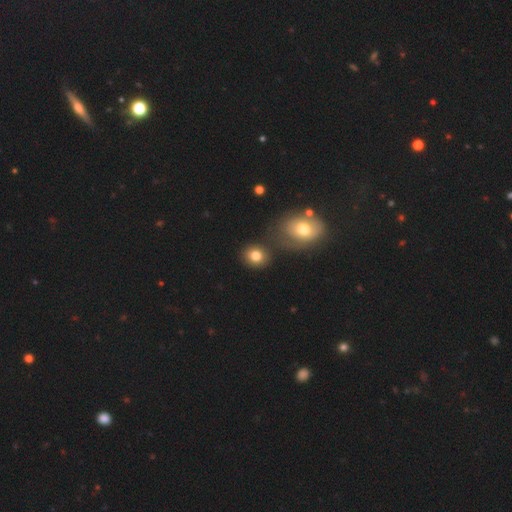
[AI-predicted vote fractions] This appears to be a smooth galaxy with no disk features (80%) that is round (70%). Merging: none (73%).